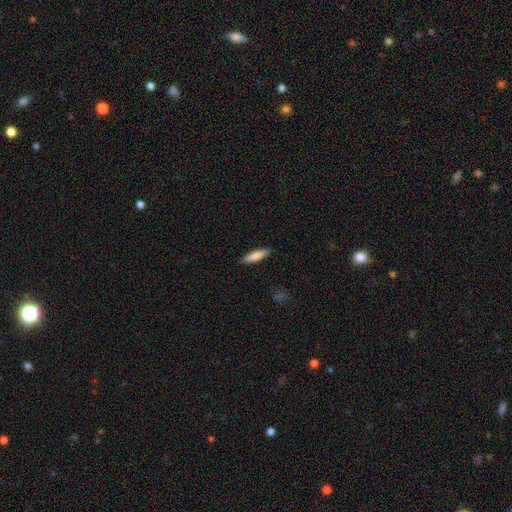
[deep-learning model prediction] Morphology: type=smooth (81%); roundness=cigar-shaped (69%); merging=none (89%).